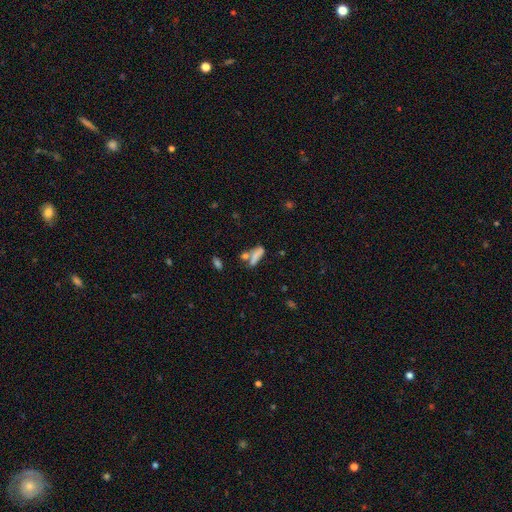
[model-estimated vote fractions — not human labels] Smooth or featured: smooth — 75% (featured or disk — 14%)
How rounded: cigar-shaped — 57% (in between — 39%)
Merging: none — 46% (merger — 29%)